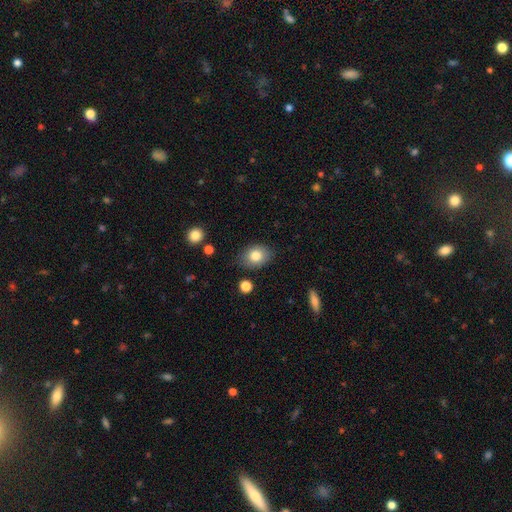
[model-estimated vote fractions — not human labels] This is clearly a smooth galaxy (81%). How rounded: likely in between (64%). Merging: clearly none (80%).